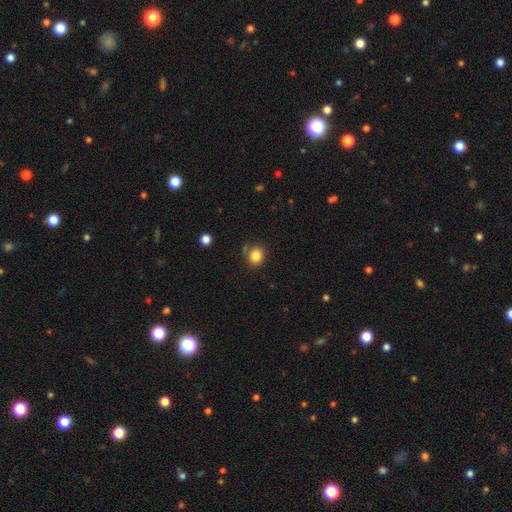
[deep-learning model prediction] Overall: smooth (83%). How rounded: round (74%). Merging: none (74%).